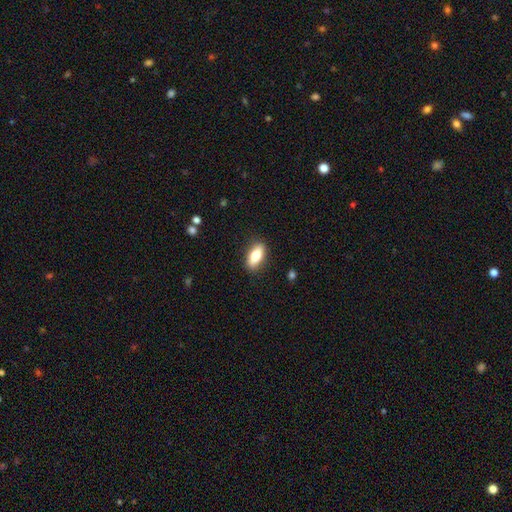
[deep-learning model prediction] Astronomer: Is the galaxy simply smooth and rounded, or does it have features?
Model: smooth — 78%.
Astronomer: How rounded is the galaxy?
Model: in between — 81%.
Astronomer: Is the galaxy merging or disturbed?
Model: none — 87%.